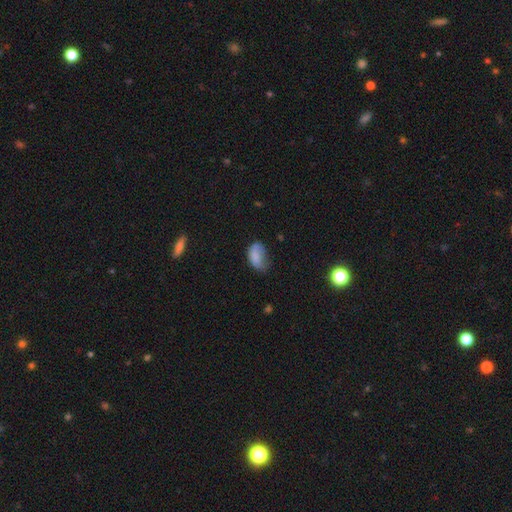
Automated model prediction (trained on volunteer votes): Smooth or featured? smooth (78%)
How rounded? in between (90%)
Merging? minor disturbance (39%)